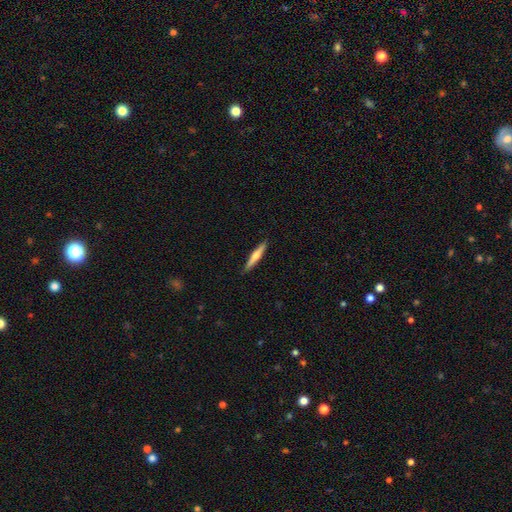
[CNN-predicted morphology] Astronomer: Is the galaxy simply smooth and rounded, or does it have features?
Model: smooth — 55% (runner-up: featured or disk, 40%).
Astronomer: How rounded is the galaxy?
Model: cigar-shaped — 93%.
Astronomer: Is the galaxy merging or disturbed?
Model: none — 90%.